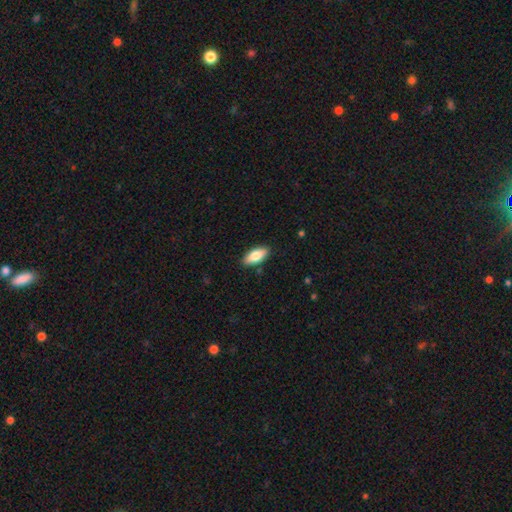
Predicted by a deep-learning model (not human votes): The model was most divided on "smooth or featured": smooth: 79%, featured or disk: 15%, star or artifact: 6%. More confident: merging — none (87%); how rounded — in between (83%).